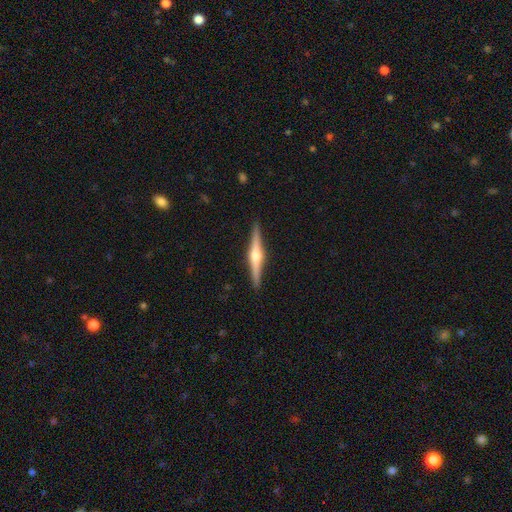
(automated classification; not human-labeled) A featured or disk galaxy (79%) viewed edge-on (98%) with a rounded central bulge (92%). Merging: none (91%).